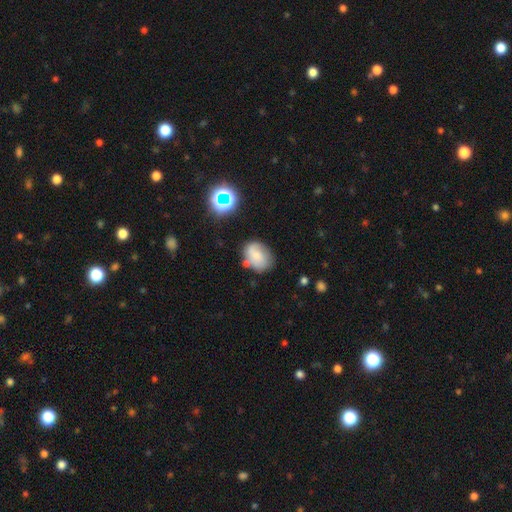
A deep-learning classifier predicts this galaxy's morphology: Smooth or featured?
  - smooth: 65% *
  - featured or disk: 23%
  - star or artifact: 11%
How rounded?
  - in between: 64% *
  - round: 35%
  - cigar-shaped: 1%
Merging?
  - none: 58% *
  - minor disturbance: 25%
  - merger: 10%
  - major disturbance: 8%